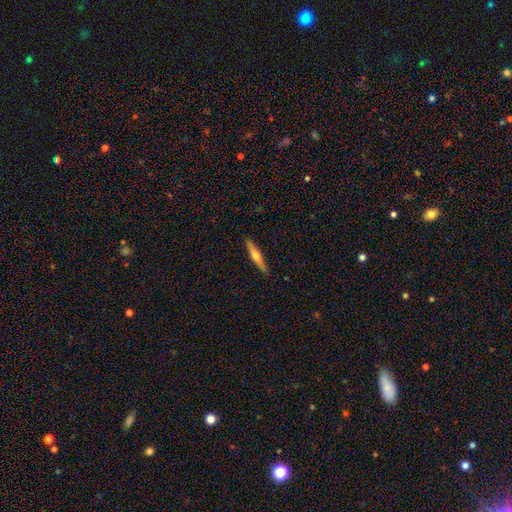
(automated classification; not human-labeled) A featured or disk galaxy (59%) viewed edge-on (97%) with a rounded central bulge (91%). Merging: none (91%).